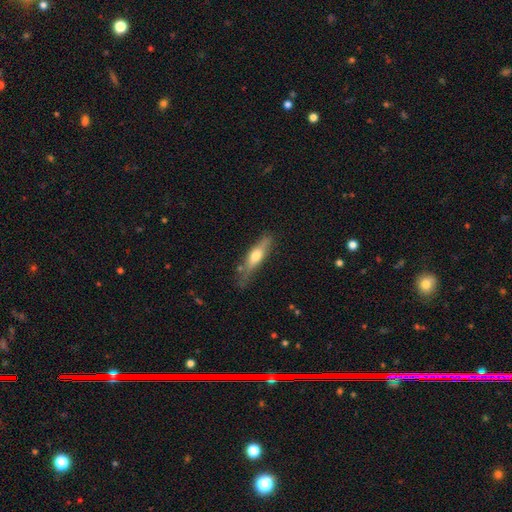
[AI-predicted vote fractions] Overall: smooth (54%; featured or disk 40%). How rounded: cigar-shaped (70%). Merging: none (65%).